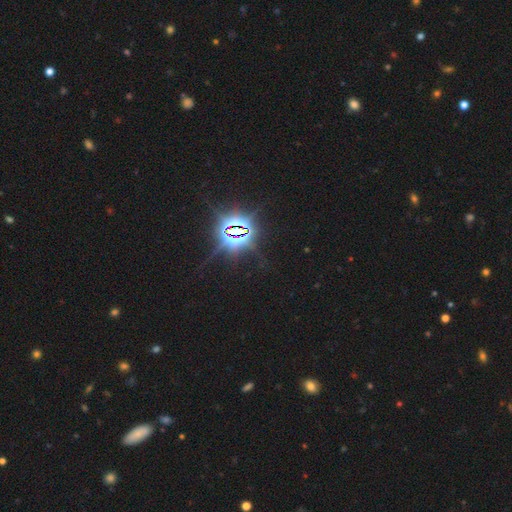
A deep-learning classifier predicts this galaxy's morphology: Smooth or featured: star or artifact — 86% (smooth — 8%)